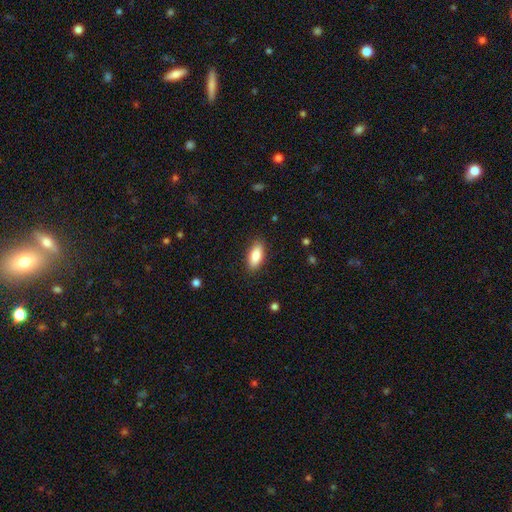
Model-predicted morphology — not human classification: This appears to be a smooth galaxy with no disk features (86%) that is in between round and cigar-shaped (83%). Merging: none (88%).